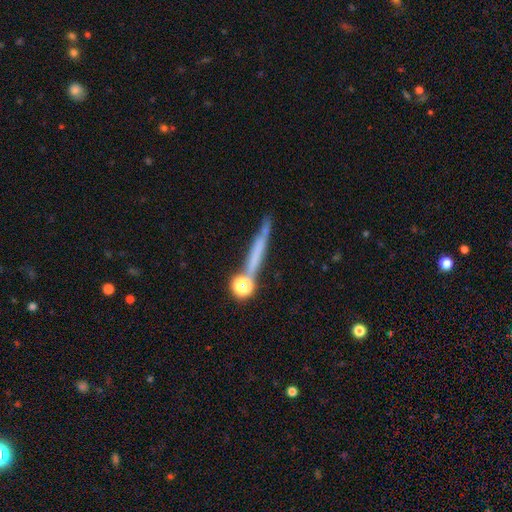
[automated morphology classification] This is possibly a smooth galaxy (47%). Merging: likely none (67%).